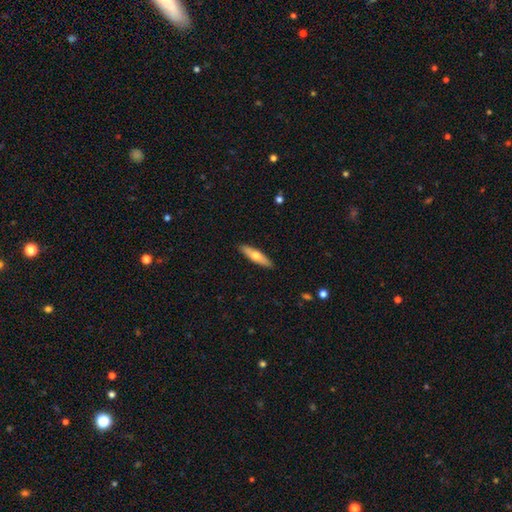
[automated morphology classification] smooth 56%, featured or disk 38%, star or artifact 5%. Down the decision tree: how rounded — cigar-shaped (74%); merging — none (91%).